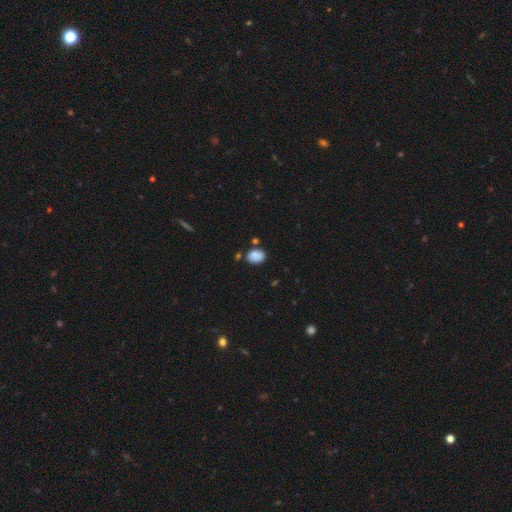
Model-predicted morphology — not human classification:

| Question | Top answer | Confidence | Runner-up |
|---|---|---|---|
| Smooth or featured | smooth | 85% | star or artifact (9%) |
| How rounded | in between | 63% | round (36%) |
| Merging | none | 73% | minor disturbance (16%) |